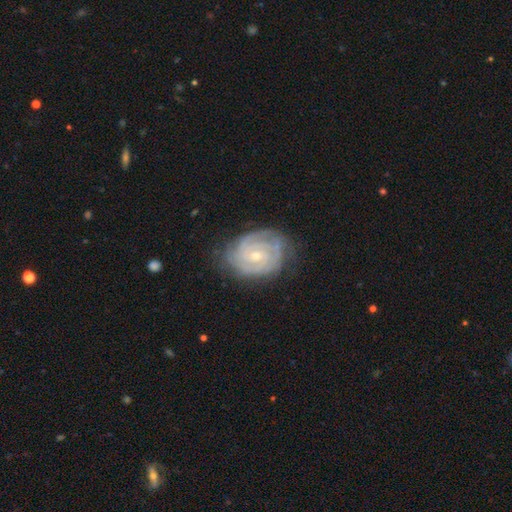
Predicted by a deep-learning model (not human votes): The model was most divided on "spiral arm count": can't tell: 33%, 2: 24%, 3: 20%, 4: 12%, more than 4: 5%, 1: 5%. More confident: edge-on disk — no (97%); spiral arms — yes (96%); smooth or featured — featured or disk (84%); spiral winding — tight (77%); merging — none (74%); bulge size — small (61%); bar — no (60%).